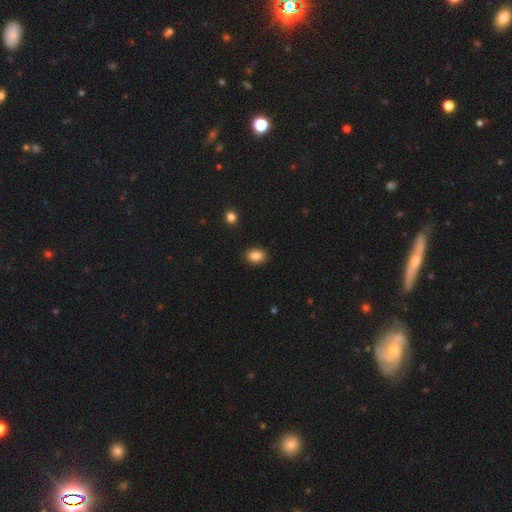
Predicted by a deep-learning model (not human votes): A smooth galaxy with no disk features (86%) that is in between round and cigar-shaped (75%). Merging: none (90%).